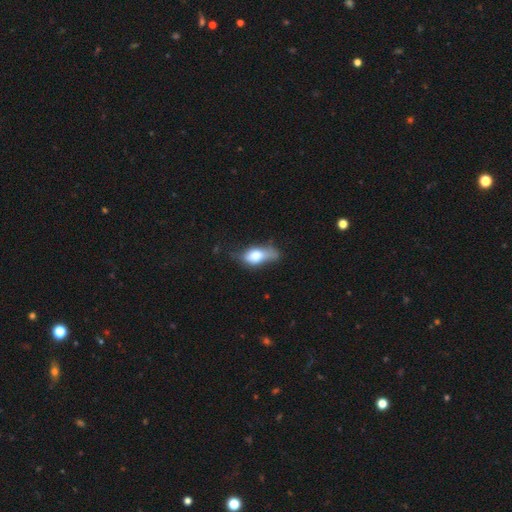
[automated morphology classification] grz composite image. It shows a smooth galaxy with no disk features (66%) that is in between round and cigar-shaped (80%). Merging: minor disturbance (36%).